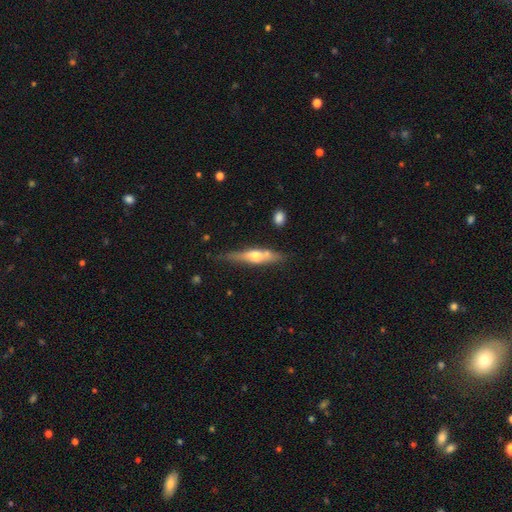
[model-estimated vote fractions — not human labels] Smooth or featured?
  - featured or disk: 56% *
  - smooth: 38%
  - star or artifact: 6%
Edge-on disk?
  - yes: 90% *
  - no: 10%
Edge-on bulge?
  - rounded: 87% *
  - boxy: 7%
  - none: 6%
Merging?
  - none: 65% *
  - minor disturbance: 22%
  - merger: 7%
  - major disturbance: 5%